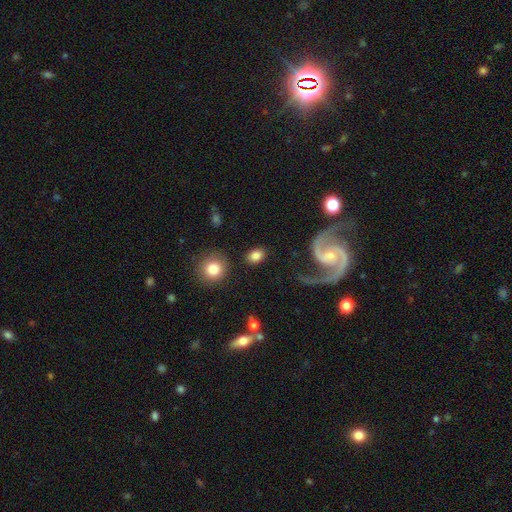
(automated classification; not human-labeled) This is likely a smooth galaxy (78%). How rounded: likely in between (67%). Merging: likely none (80%).